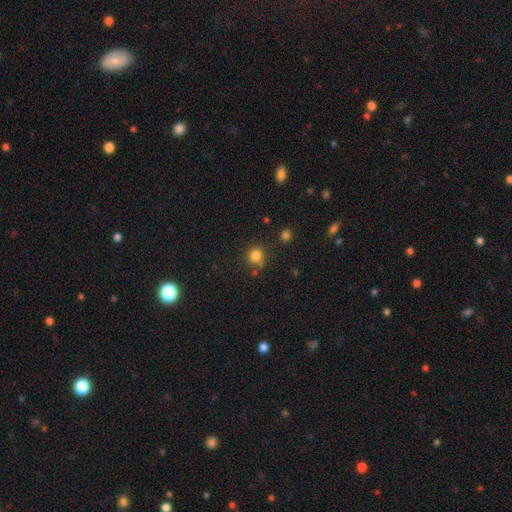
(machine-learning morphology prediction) Smooth or featured? Predicted: smooth (p=0.81). How rounded? Predicted: round (p=0.86). Merging? Predicted: none (p=0.73).